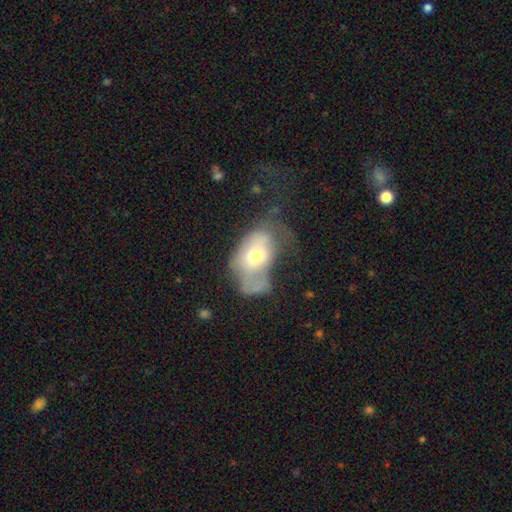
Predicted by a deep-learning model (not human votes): Morphology: type=smooth (55%); roundness=in between (85%); merging=major disturbance (47%).